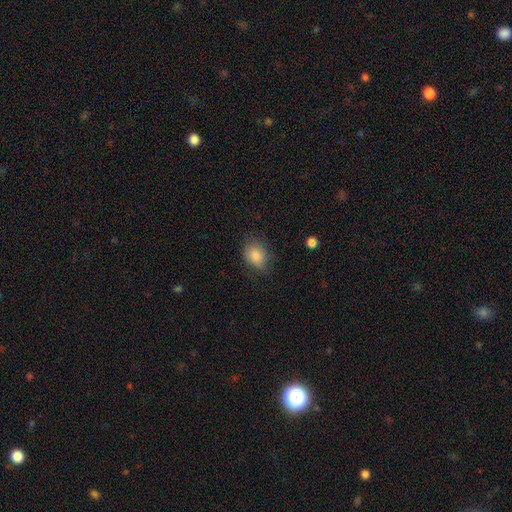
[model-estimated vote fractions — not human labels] A smooth galaxy with no disk features (83%) that is in between round and cigar-shaped (68%). Merging: none (74%).